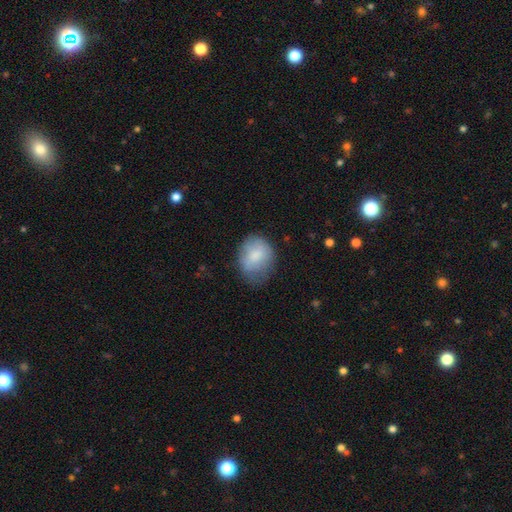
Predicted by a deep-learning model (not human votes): smooth_or_featured: smooth (p=0.77) [alt: featured or disk p=0.16]
how_rounded: in between (p=0.53) [alt: round p=0.46]
merging: none (p=0.54) [alt: minor disturbance p=0.32]